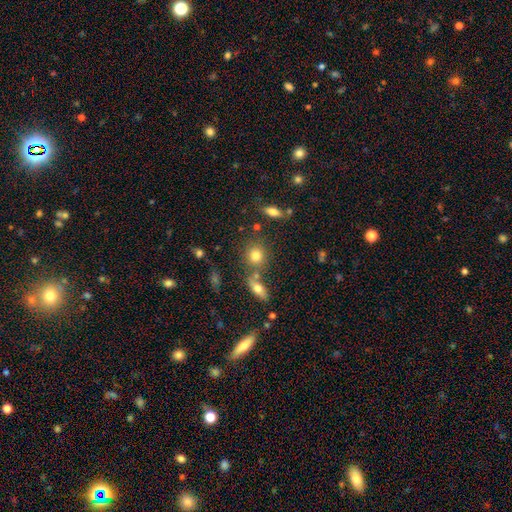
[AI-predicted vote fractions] This appears to be a smooth galaxy with no disk features (77%) that is round (79%). Merging: none (65%).